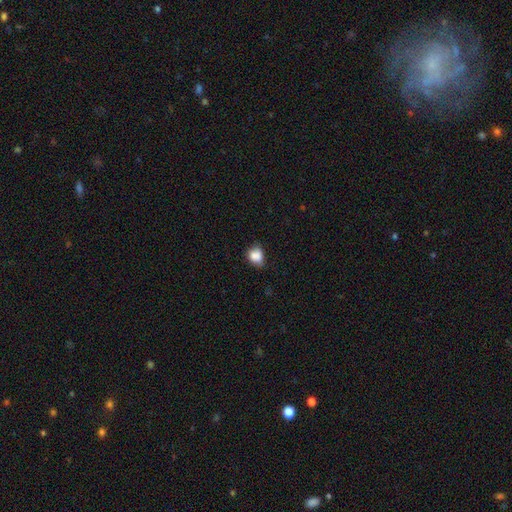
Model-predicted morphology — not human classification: type=smooth (79%); roundness=round (53%); merging=none (45%).